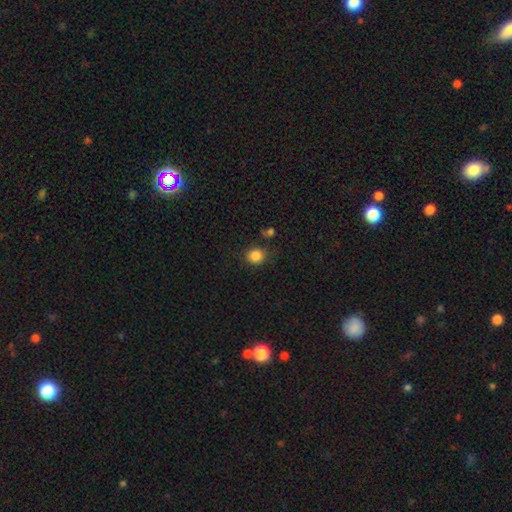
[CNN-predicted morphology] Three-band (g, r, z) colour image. It shows a smooth galaxy with no disk features (85%) that is round (84%). Merging: none (78%).